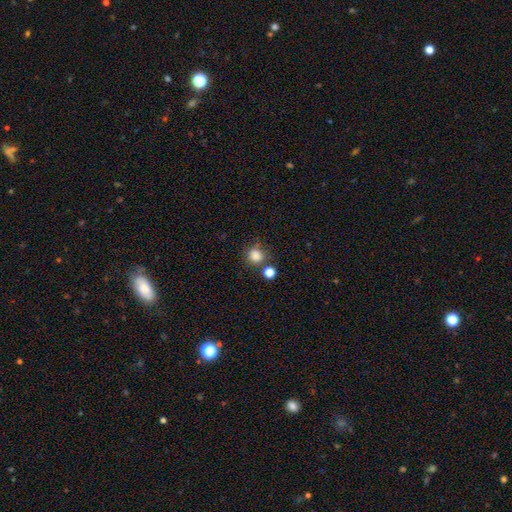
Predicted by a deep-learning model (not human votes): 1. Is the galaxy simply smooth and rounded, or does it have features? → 83% smooth, 13% star or artifact, 5% featured or disk.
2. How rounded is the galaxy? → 84% round, 15% in between, 1% cigar-shaped.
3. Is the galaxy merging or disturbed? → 68% none, 15% merger, 12% minor disturbance, 5% major disturbance.